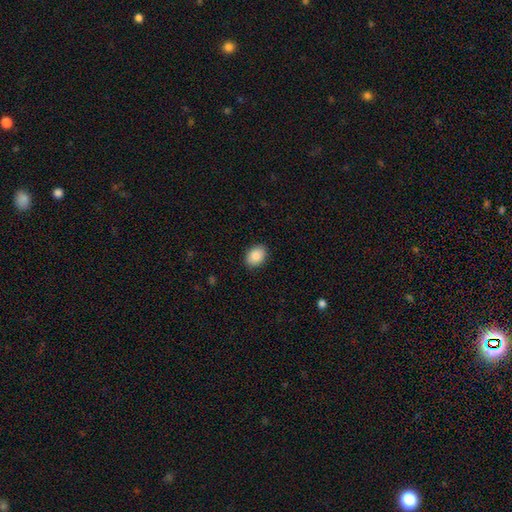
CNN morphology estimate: A smooth galaxy with no disk features (87%) that is in between round and cigar-shaped (73%). Merging: none (89%).